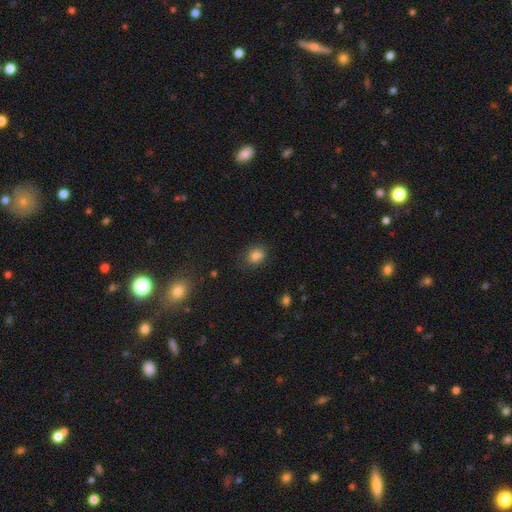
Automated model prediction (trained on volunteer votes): Smooth or featured: smooth — 76% (star or artifact — 13%)
How rounded: round — 56% (in between — 43%)
Merging: none — 59% (merger — 19%)